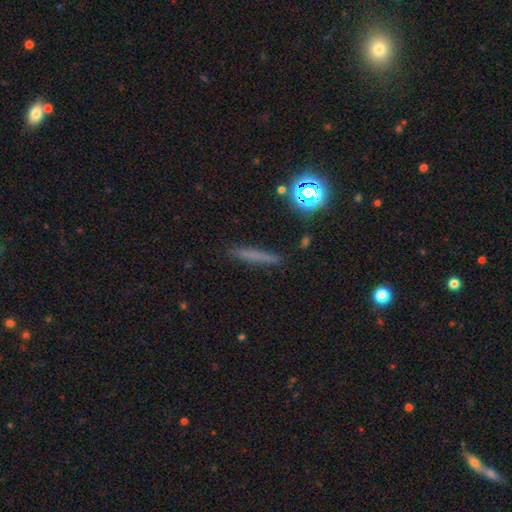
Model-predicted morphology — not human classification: type=smooth (61%); roundness=cigar-shaped (92%); merging=none (87%).